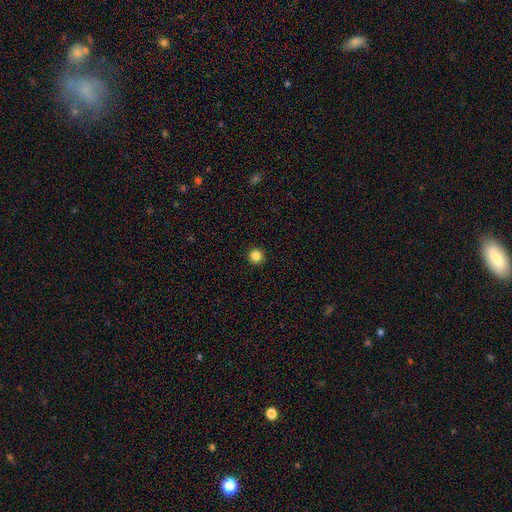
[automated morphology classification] Smooth or featured? Predicted: smooth (p=0.85). How rounded? Predicted: round (p=0.96). Merging? Predicted: none (p=0.94).